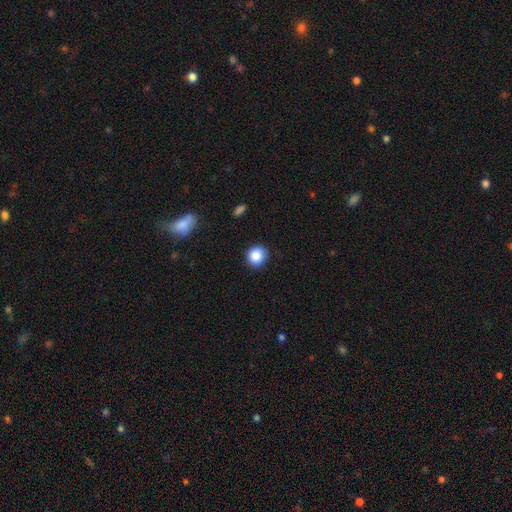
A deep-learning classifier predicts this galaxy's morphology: The model was most divided on "how rounded": round: 85%, in between: 14%, cigar-shaped: 1%. More confident: merging — none (88%); smooth or featured — smooth (86%).